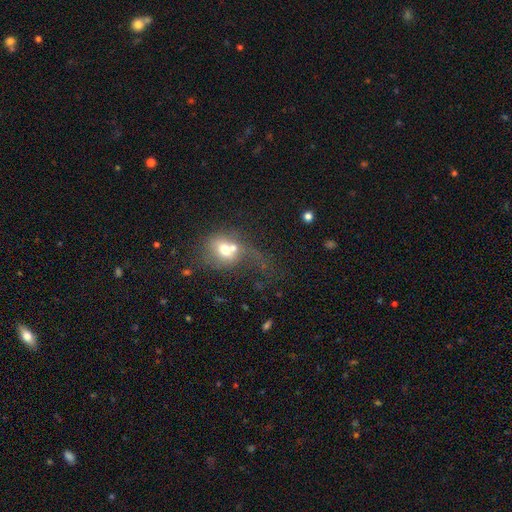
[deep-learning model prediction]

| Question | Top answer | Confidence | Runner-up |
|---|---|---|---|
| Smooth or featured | smooth | 51% | featured or disk (25%) |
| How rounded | round | 68% | in between (30%) |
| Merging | major disturbance | 41% | none (33%) |